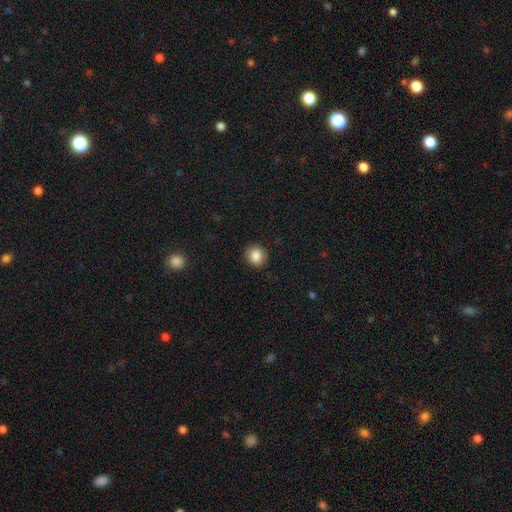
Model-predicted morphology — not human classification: Smooth or featured: smooth — 87% (star or artifact — 9%)
How rounded: round — 85% (in between — 14%)
Merging: none — 90% (minor disturbance — 7%)